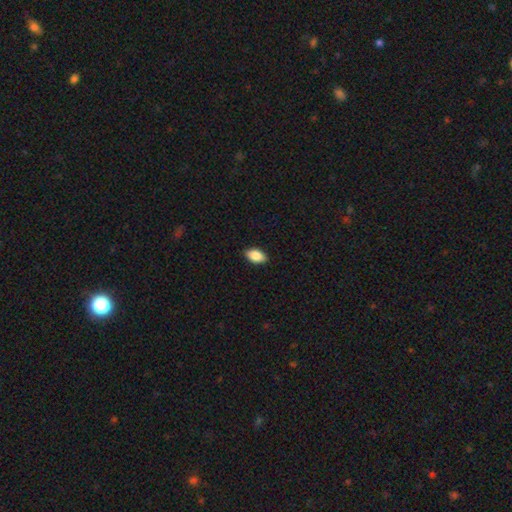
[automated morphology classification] smooth-or-featured: smooth: 86% | star or artifact: 7% | featured or disk: 7%
  how-rounded: in between: 92% | round: 5% | cigar-shaped: 3%
  merging: none: 88% | minor disturbance: 9% | major disturbance: 2% | merger: 1%